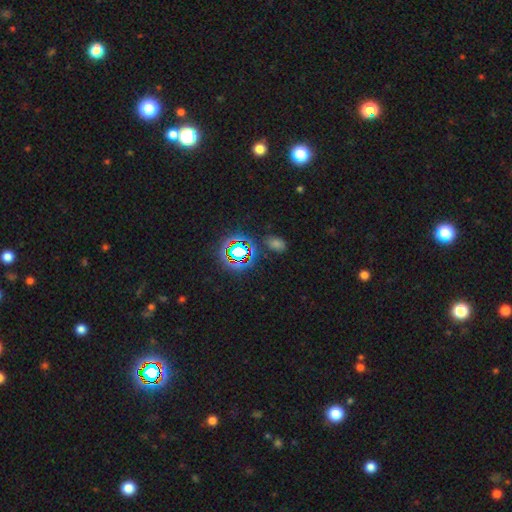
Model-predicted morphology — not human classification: Q: Smooth or featured?
A: star or artifact (75%); runner-up: smooth (16%)